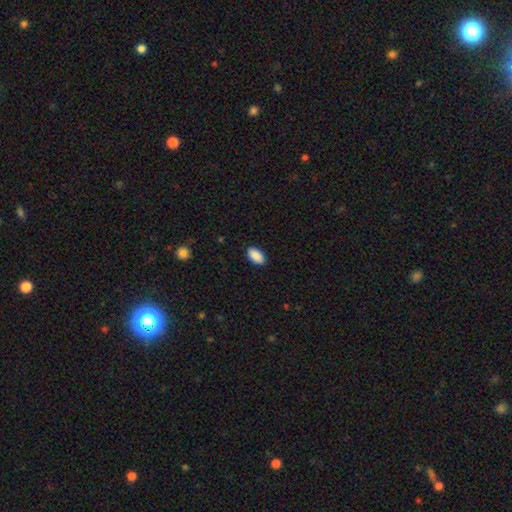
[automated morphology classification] type=smooth (90%); roundness=in between (94%); merging=none (88%).